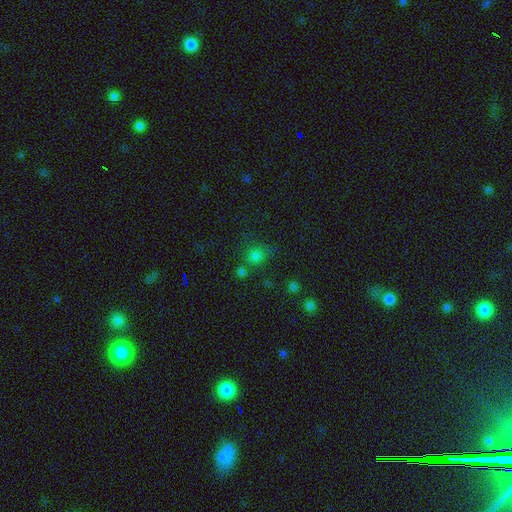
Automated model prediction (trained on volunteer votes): Morphology: type=smooth (72%); roundness=round (80%); merging=none (62%).